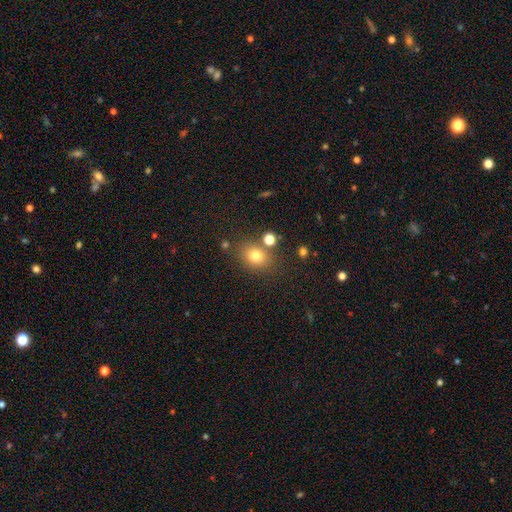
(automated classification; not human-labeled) The model was most divided on "how rounded": round: 52%, in between: 46%, cigar-shaped: 1%. More confident: smooth or featured — smooth (78%); merging — none (74%).